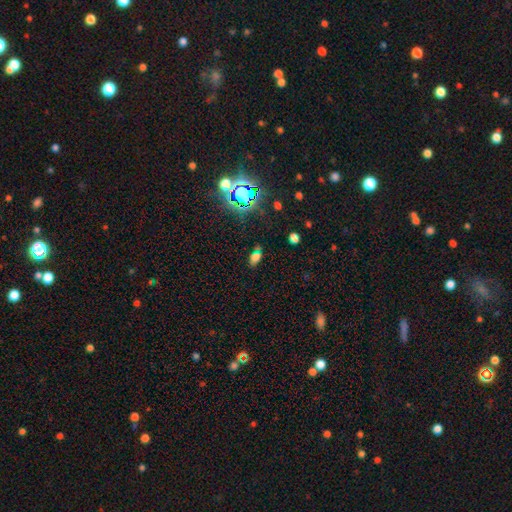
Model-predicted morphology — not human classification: Overall: smooth (65%; star or artifact 27%). How rounded: in between (85%). Merging: none (72%).